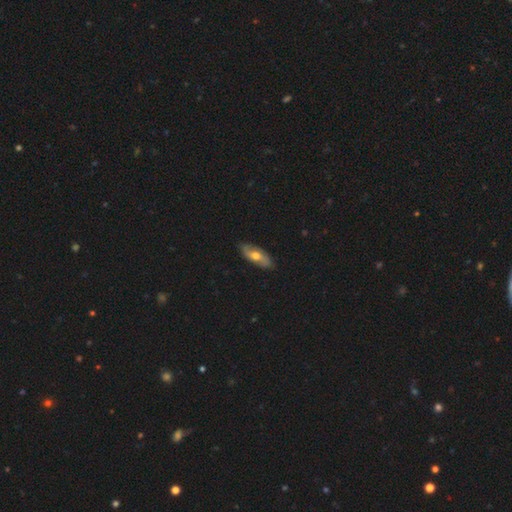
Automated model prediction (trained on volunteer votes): smooth_or_featured: featured or disk (p=0.56) [alt: smooth p=0.38]
disk_edge_on: no (p=0.82) [alt: yes p=0.18]
merging: none (p=0.84) [alt: minor disturbance p=0.13]